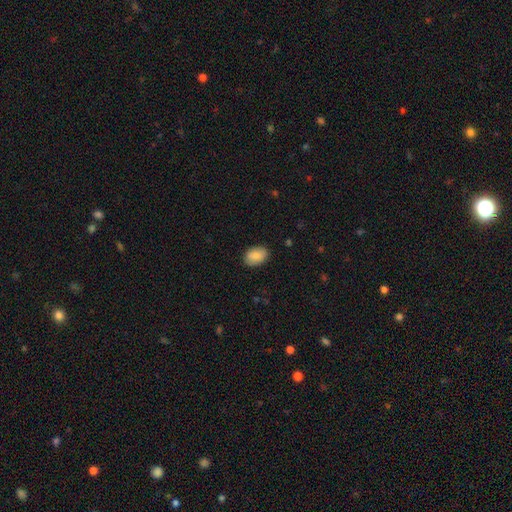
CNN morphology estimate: Smooth or featured? Predicted: smooth (p=0.87). How rounded? Predicted: in between (p=0.84). Merging? Predicted: none (p=0.87).